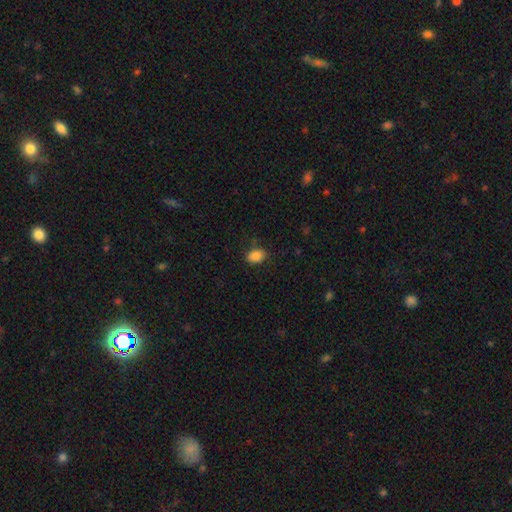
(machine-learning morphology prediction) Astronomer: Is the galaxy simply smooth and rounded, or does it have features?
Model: smooth — 85%.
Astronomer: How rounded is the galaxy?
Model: in between — 78%.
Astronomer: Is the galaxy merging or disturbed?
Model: none — 81%.